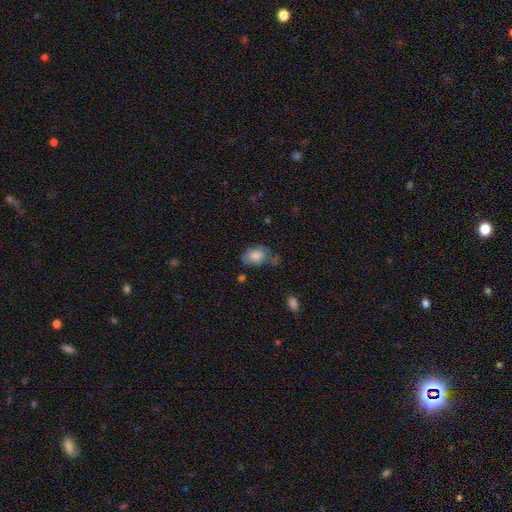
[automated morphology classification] smooth 73%, featured or disk 18%, star or artifact 8%. Down the decision tree: how rounded — in between (80%); merging — none (48%).